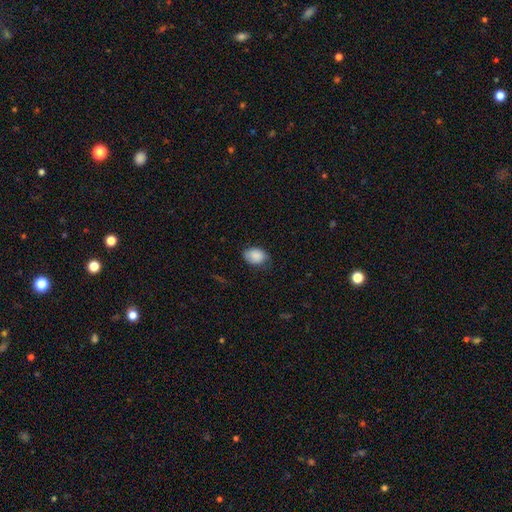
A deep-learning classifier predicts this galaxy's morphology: smooth 86%, star or artifact 7%, featured or disk 7%. Down the decision tree: how rounded — in between (78%); merging — none (64%).